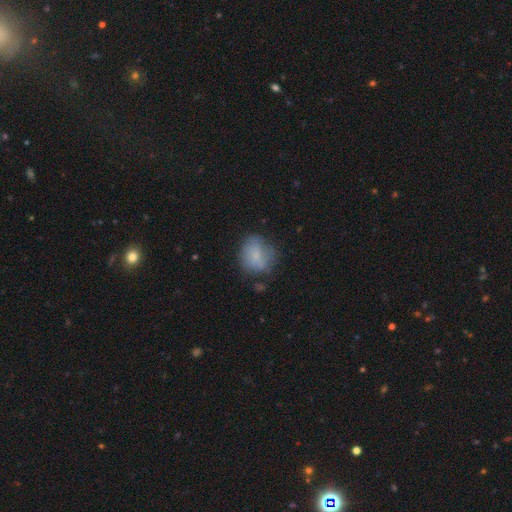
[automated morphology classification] A smooth galaxy with no disk features (69%) that is round (67%). Merging: none (57%).